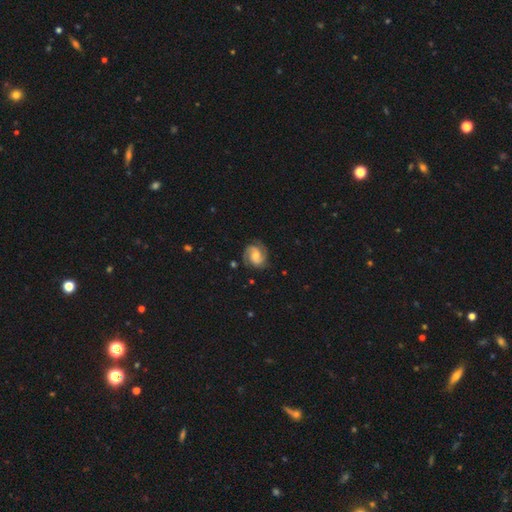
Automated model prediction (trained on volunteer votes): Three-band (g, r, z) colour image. It shows a featured or disk galaxy (79%) with no bar (50%), 2 (73%) medium (46%) spiral arms (96%) and a moderate central bulge (45%). Merging: none (77%).